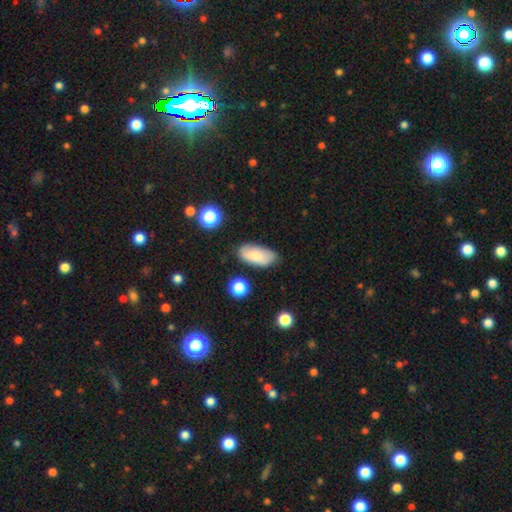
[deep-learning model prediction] Overall: smooth (77%). How rounded: in between (90%). Merging: none (74%).